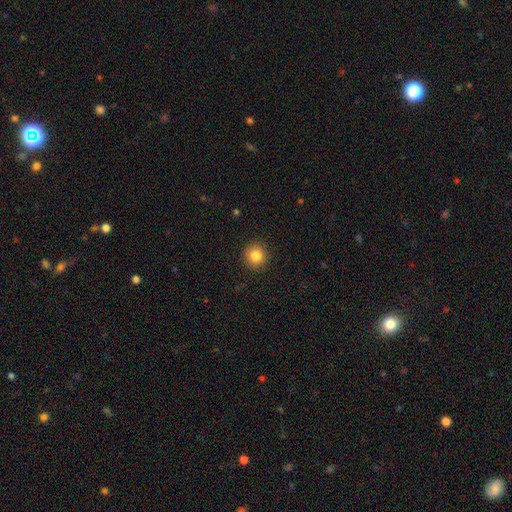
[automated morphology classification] Q: Smooth or featured?
A: smooth (84%); runner-up: star or artifact (11%)
Q: How rounded?
A: round (93%); runner-up: in between (6%)
Q: Merging?
A: none (91%); runner-up: minor disturbance (6%)